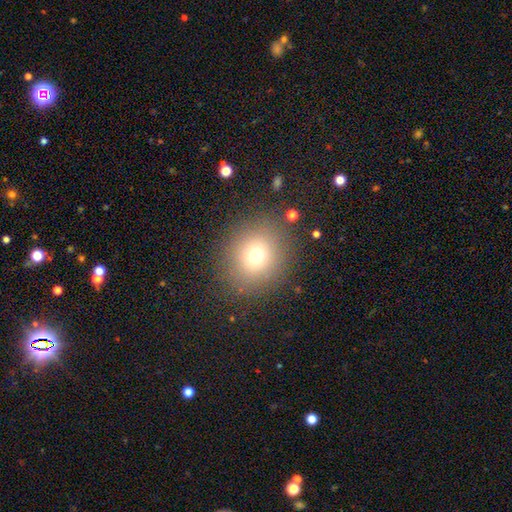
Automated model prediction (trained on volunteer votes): Smooth or featured: smooth — 71% (star or artifact — 18%)
How rounded: round — 83% (in between — 16%)
Merging: none — 86% (minor disturbance — 8%)